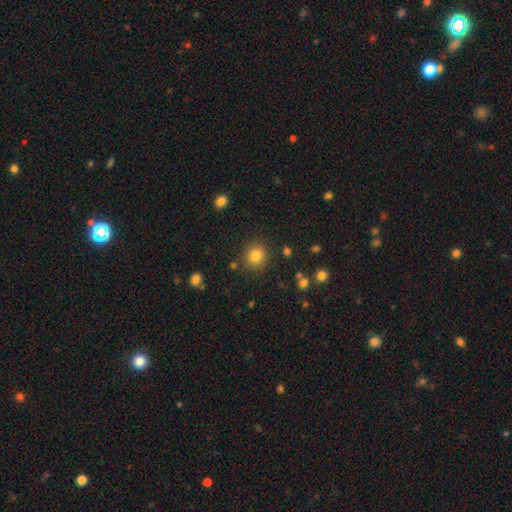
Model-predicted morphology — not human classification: Smooth or featured?
  - smooth: 82% *
  - star or artifact: 12%
  - featured or disk: 6%
How rounded?
  - round: 87% *
  - in between: 13%
  - cigar-shaped: 1%
Merging?
  - none: 87% *
  - minor disturbance: 7%
  - major disturbance: 3%
  - merger: 3%